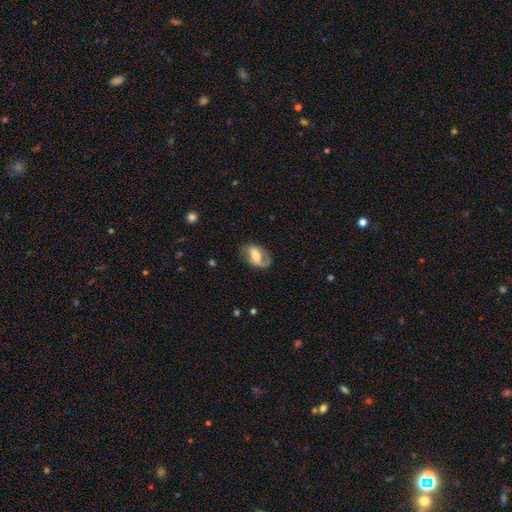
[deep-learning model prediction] Smooth or featured: featured or disk — 60% (smooth — 33%)
Edge-on disk: no — 95% (yes — 5%)
Bar: weak — 41% (strong — 32%)
Spiral arms: yes — 83% (no — 17%)
Bulge size: moderate — 49% (small — 26%)
Merging: none — 61% (minor disturbance — 24%)